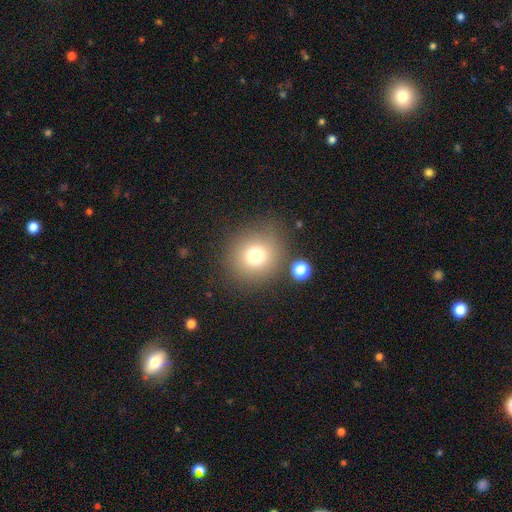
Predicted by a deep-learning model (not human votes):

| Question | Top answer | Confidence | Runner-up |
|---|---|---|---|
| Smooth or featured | smooth | 75% | star or artifact (14%) |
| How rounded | round | 90% | in between (9%) |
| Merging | none | 79% | minor disturbance (10%) |